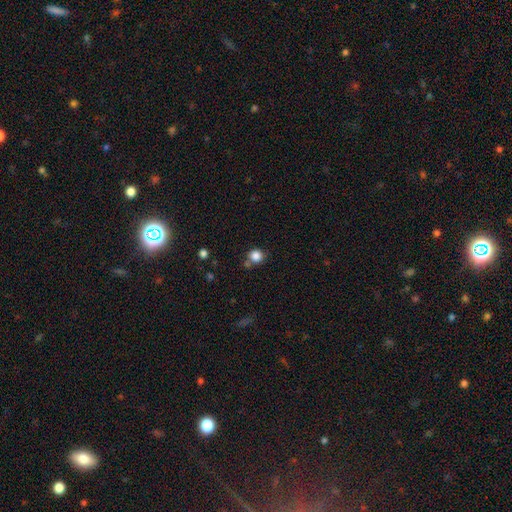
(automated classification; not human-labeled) A smooth galaxy with no disk features (84%) that is round (87%).

Vote fractions:
- Smooth or featured? smooth: 84% / star or artifact: 11% / featured or disk: 5%
- How rounded? round: 87% / in between: 12% / cigar-shaped: 1%
- Merging? none: 72% / minor disturbance: 13% / merger: 11% / major disturbance: 4%